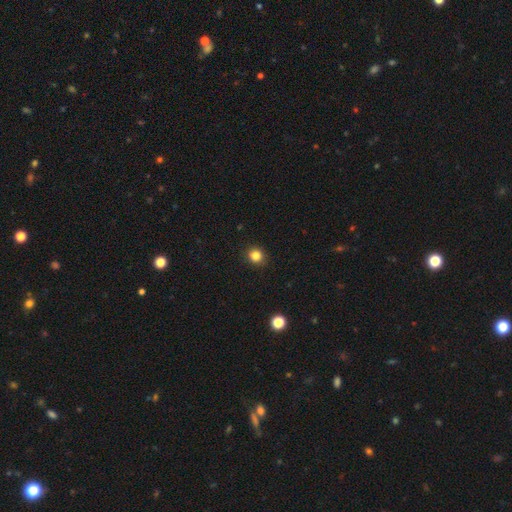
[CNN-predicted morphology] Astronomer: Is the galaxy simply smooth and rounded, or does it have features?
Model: smooth — 84%.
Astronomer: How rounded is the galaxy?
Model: round — 83%.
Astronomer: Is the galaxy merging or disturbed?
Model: none — 90%.